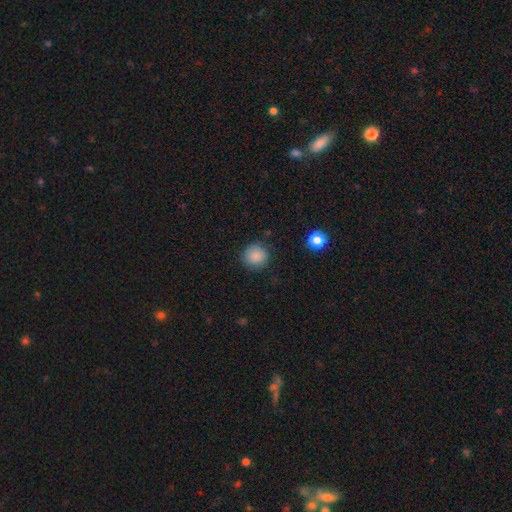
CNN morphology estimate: A smooth galaxy with no disk features (87%) that is round (92%). Merging: none (86%).